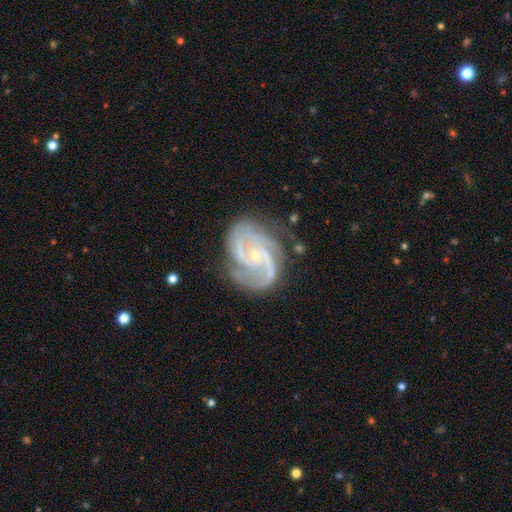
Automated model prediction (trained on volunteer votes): A featured or disk galaxy (91%) with no bar (59%), 2 (50%) medium (53%) spiral arms (98%) and a small central bulge (79%). Merging: none (68%).